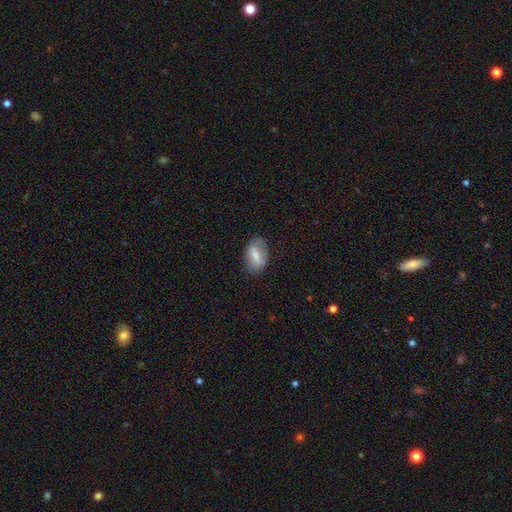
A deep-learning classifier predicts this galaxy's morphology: A smooth galaxy with no disk features (64%) that is in between round and cigar-shaped (89%). Merging: none (75%).